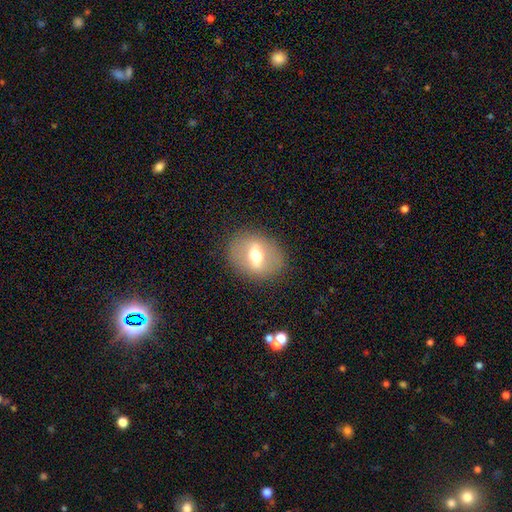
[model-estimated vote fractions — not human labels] Overall: featured or disk (50%; smooth 41%). Edge-on disk: no (72%). Merging: none (85%).